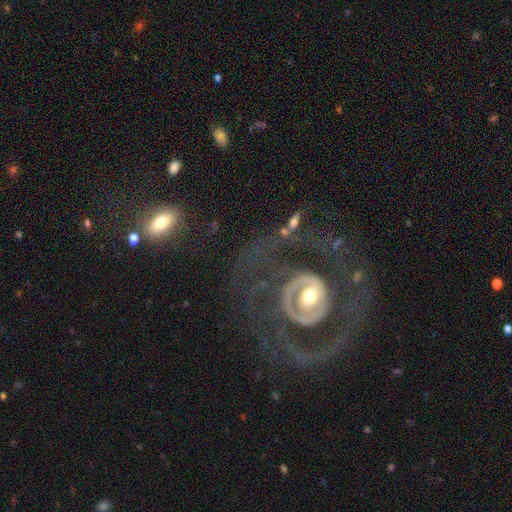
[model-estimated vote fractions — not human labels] smooth_or_featured: featured or disk (p=0.73) [alt: smooth p=0.19]
disk_edge_on: no (p=0.94) [alt: yes p=0.06]
bar: no (p=0.58) [alt: weak p=0.24]
has_spiral_arms: no (p=0.52) [alt: yes p=0.48]
bulge_size: moderate (p=0.60) [alt: small p=0.24]
merging: none (p=0.68) [alt: major disturbance p=0.16]